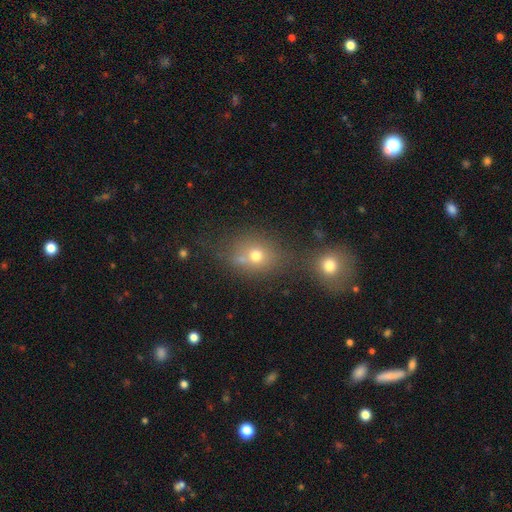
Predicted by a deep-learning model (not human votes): This appears to be a smooth galaxy with no disk features (67%) that is round (63%). Merging: none (47%).